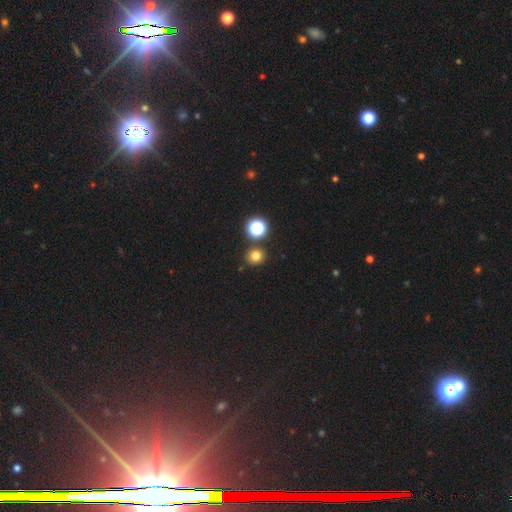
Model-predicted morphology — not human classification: smooth_or_featured: smooth (p=0.76) [alt: star or artifact p=0.18]
how_rounded: round (p=0.86) [alt: in between p=0.14]
merging: none (p=0.84) [alt: minor disturbance p=0.07]